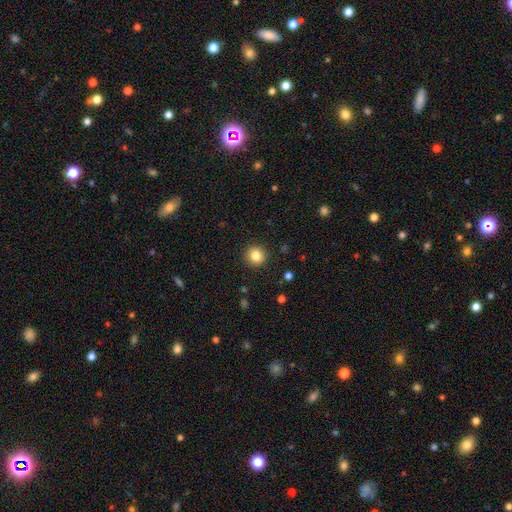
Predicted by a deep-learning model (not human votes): Morphology: type=smooth (84%); roundness=round (93%); merging=none (92%).